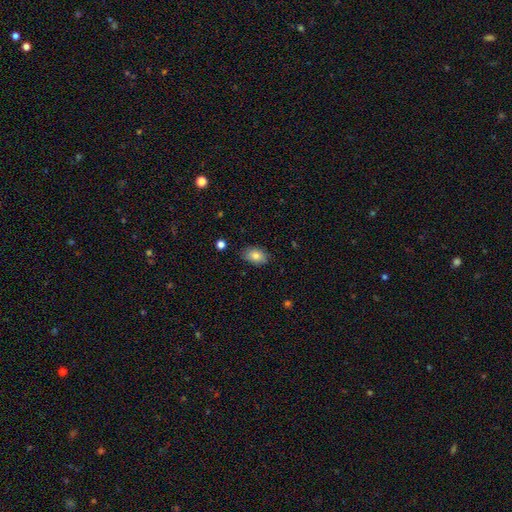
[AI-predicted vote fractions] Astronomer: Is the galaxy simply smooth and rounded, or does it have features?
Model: smooth — 83%.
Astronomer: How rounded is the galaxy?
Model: in between — 87%.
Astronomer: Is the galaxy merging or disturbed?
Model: none — 84%.